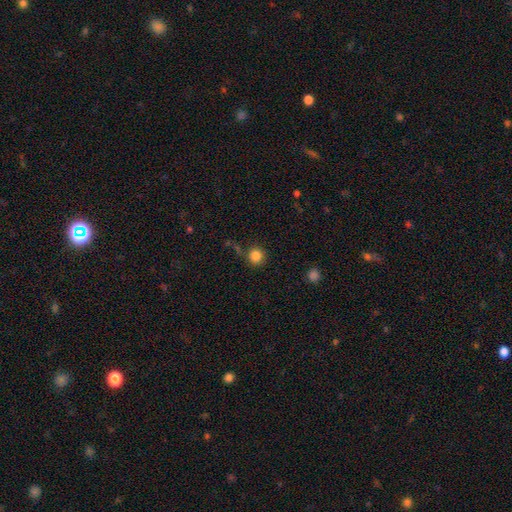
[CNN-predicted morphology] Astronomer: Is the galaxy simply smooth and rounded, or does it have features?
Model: smooth — 85%.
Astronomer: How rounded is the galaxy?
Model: round — 93%.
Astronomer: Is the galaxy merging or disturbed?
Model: none — 83%.